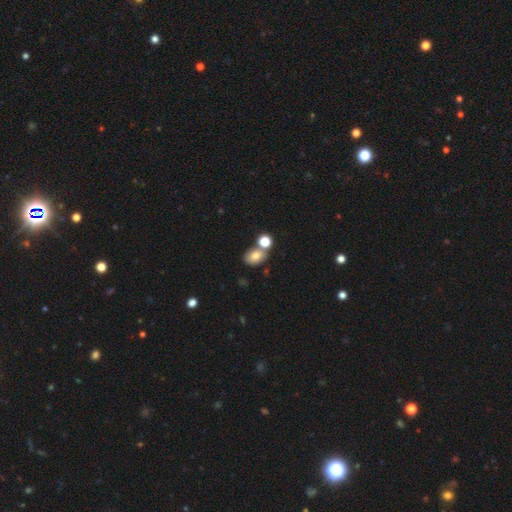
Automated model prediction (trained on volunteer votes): smooth 77%, star or artifact 12%, featured or disk 11%. Down the decision tree: how rounded — in between (71%); merging — none (55%).